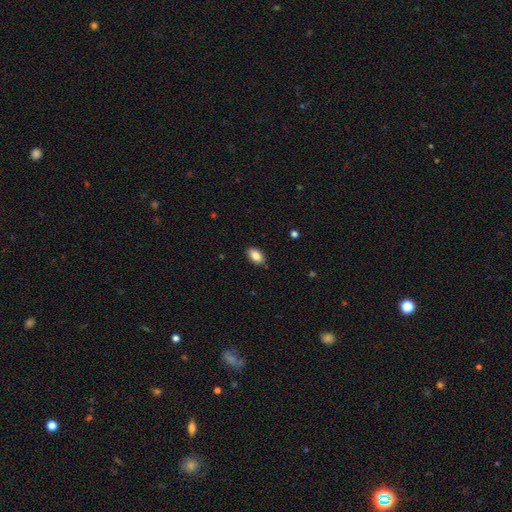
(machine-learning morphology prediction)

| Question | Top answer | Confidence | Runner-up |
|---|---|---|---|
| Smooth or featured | smooth | 86% | star or artifact (8%) |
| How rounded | in between | 92% | round (6%) |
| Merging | none | 88% | minor disturbance (9%) |